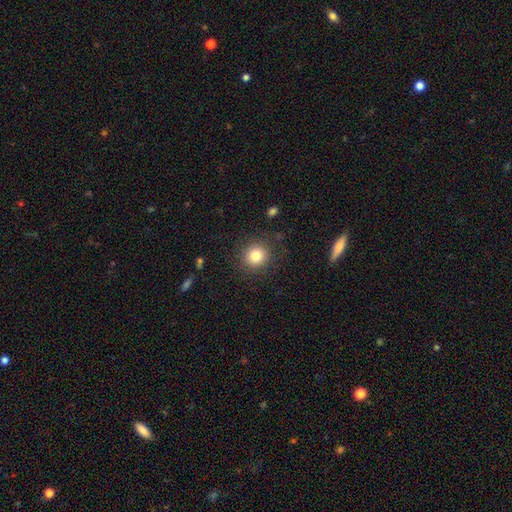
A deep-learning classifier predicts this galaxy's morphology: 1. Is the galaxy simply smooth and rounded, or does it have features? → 81% smooth, 11% star or artifact, 7% featured or disk.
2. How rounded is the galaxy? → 89% round, 10% in between, 1% cigar-shaped.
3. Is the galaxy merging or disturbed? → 88% none, 8% minor disturbance, 3% major disturbance, 1% merger.